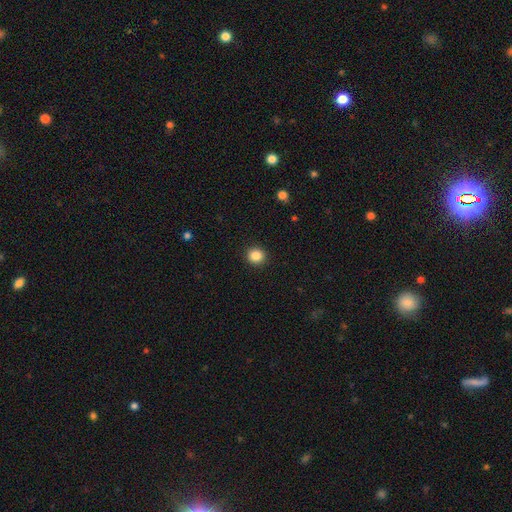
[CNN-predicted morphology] Overall: smooth (86%). How rounded: round (91%). Merging: none (93%).